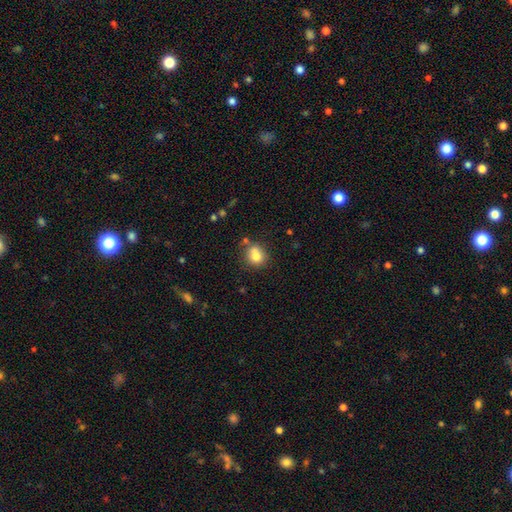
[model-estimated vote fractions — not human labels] Smooth or featured?
  - smooth: 76% *
  - featured or disk: 13%
  - star or artifact: 11%
How rounded?
  - round: 70% *
  - in between: 29%
  - cigar-shaped: 1%
Merging?
  - none: 54% *
  - merger: 24%
  - minor disturbance: 17%
  - major disturbance: 5%